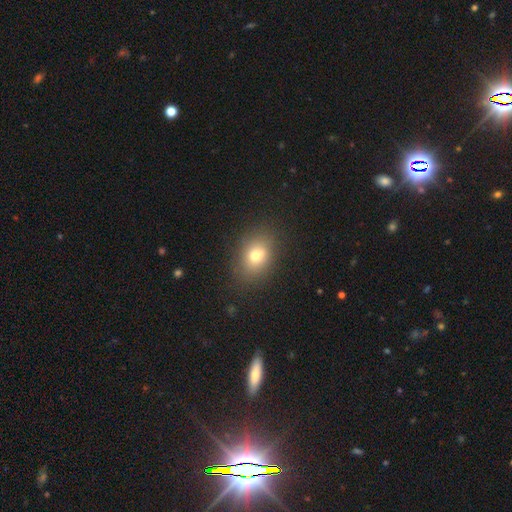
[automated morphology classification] type=smooth (72%); roundness=in between (70%); merging=none (81%).